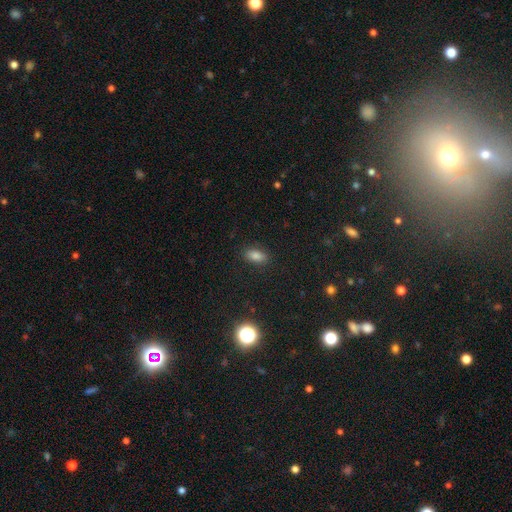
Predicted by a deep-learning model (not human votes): Smooth or featured?
  - smooth: 81% *
  - star or artifact: 14%
  - featured or disk: 6%
How rounded?
  - in between: 87% *
  - round: 7%
  - cigar-shaped: 6%
Merging?
  - none: 87% *
  - minor disturbance: 9%
  - major disturbance: 3%
  - merger: 1%